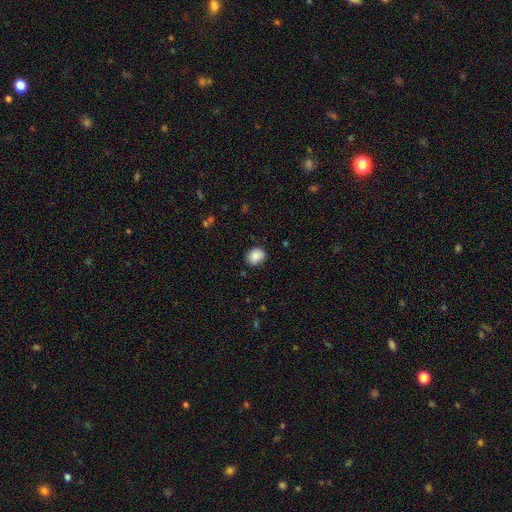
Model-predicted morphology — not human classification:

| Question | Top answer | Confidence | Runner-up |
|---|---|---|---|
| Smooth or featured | smooth | 87% | star or artifact (8%) |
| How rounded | round | 54% | in between (45%) |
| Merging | none | 84% | minor disturbance (12%) |